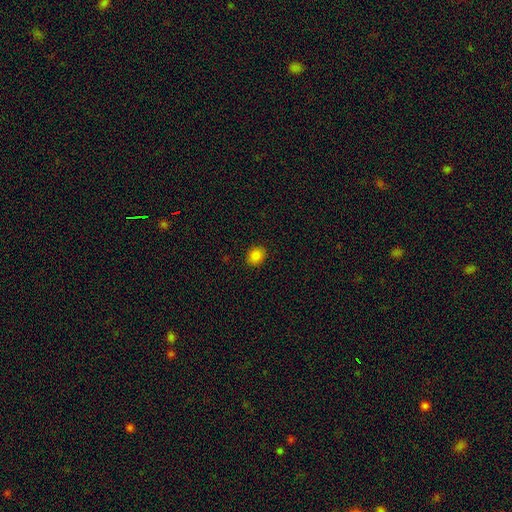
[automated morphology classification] Q: Smooth or featured?
A: smooth (85%); runner-up: star or artifact (11%)
Q: How rounded?
A: round (63%); runner-up: in between (36%)
Q: Merging?
A: none (90%); runner-up: minor disturbance (7%)